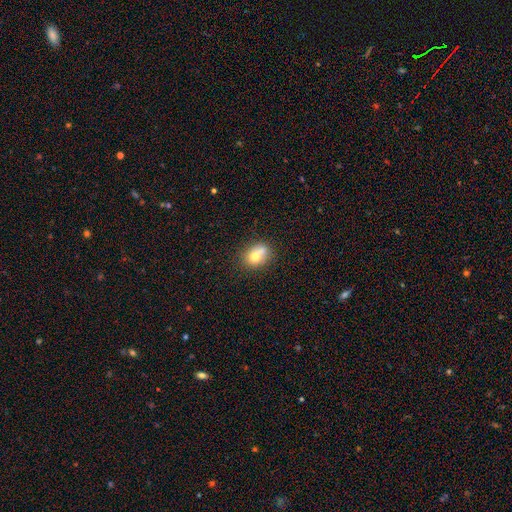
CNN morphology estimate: Smooth or featured? Predicted: smooth (p=0.70). How rounded? Predicted: in between (p=0.54). Merging? Predicted: none (p=0.50).